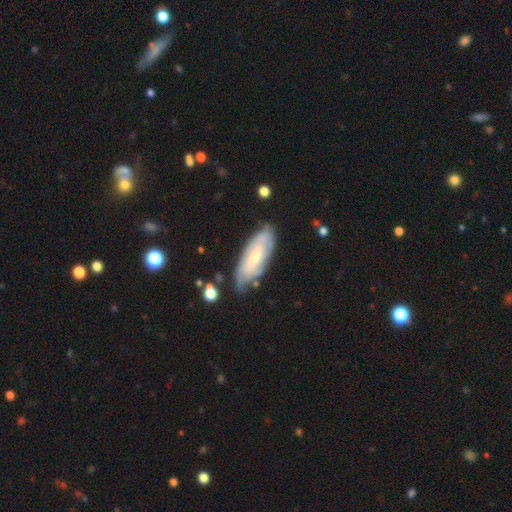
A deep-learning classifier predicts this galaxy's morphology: The model was most divided on "smooth or featured": featured or disk: 56%, smooth: 37%, star or artifact: 6%. More confident: edge-on disk — no (83%); merging — none (69%).